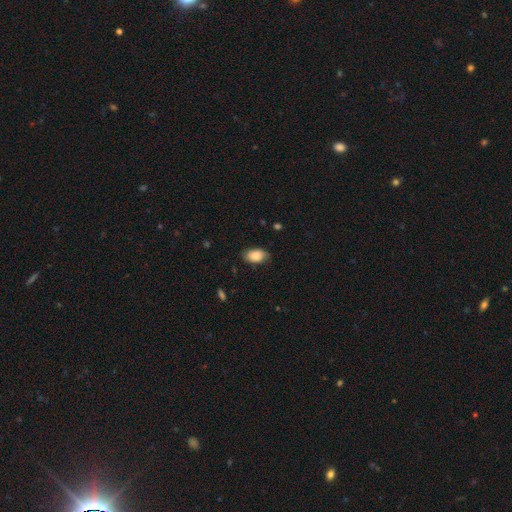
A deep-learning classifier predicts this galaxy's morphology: Smooth or featured? smooth (85%)
How rounded? in between (91%)
Merging? none (80%)